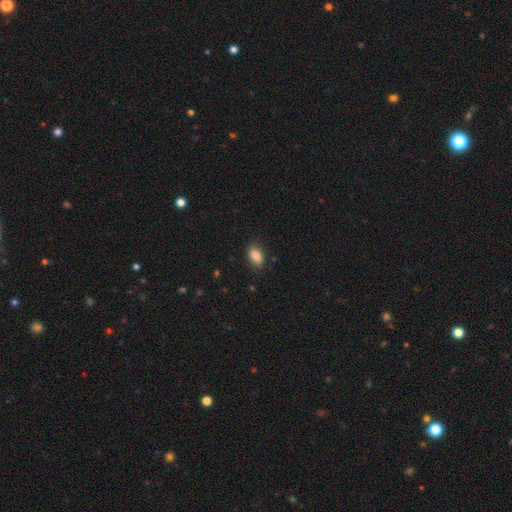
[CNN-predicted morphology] Smooth or featured? Predicted: smooth (p=0.87). How rounded? Predicted: in between (p=0.88). Merging? Predicted: none (p=0.83).